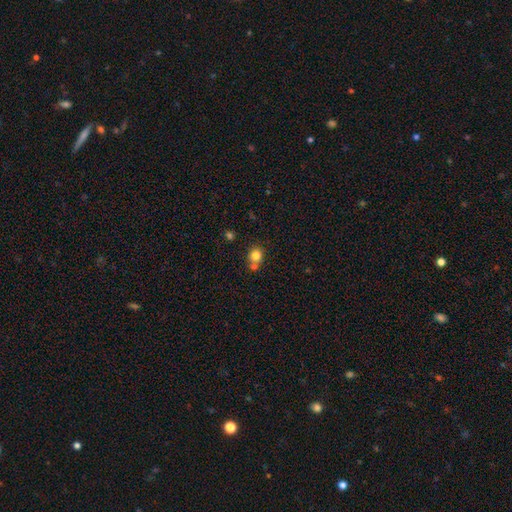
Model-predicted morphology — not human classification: A smooth galaxy with no disk features (81%) that is round (81%). Merging: none (58%).